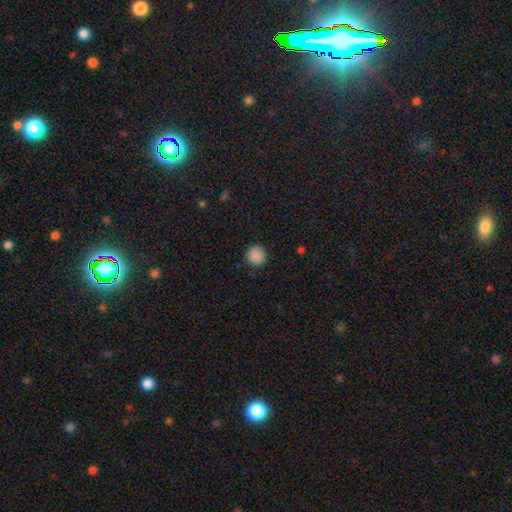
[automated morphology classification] This appears to be a smooth galaxy with no disk features (88%) that is round (94%). Merging: none (91%).